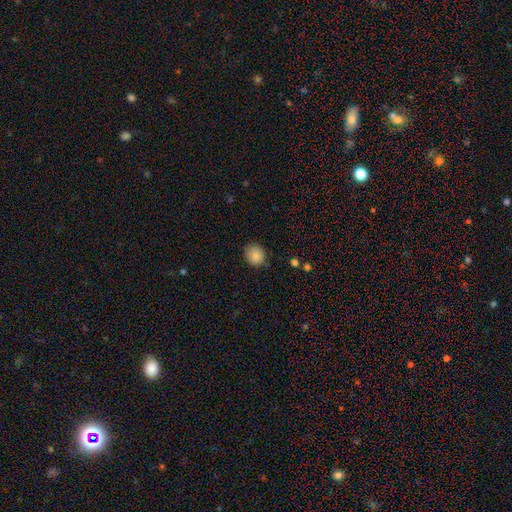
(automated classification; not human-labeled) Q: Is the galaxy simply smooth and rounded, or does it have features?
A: smooth — 87%.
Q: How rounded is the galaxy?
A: round — 78%.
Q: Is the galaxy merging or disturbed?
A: none — 82%.